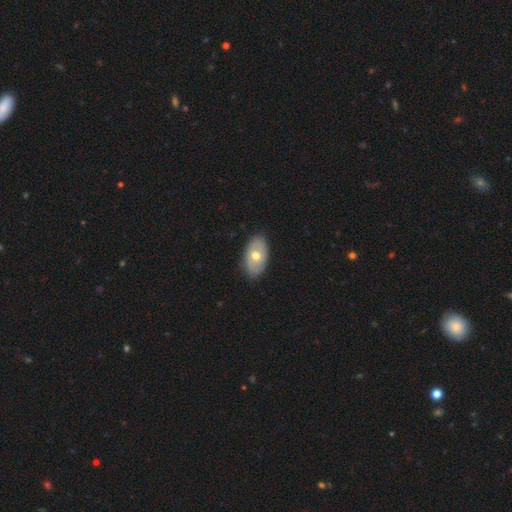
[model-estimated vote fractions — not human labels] Smooth or featured: smooth — 58% (featured or disk — 36%)
How rounded: in between — 92% (round — 7%)
Merging: none — 85% (minor disturbance — 12%)